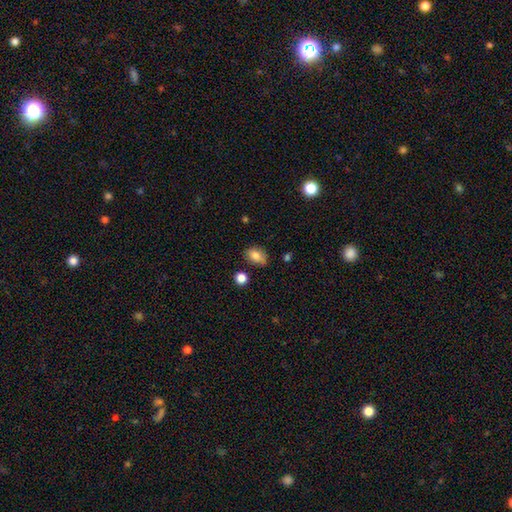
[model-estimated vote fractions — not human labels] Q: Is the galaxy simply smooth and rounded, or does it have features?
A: smooth — 81%.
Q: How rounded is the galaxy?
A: in between — 76%.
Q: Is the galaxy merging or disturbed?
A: none — 71%.